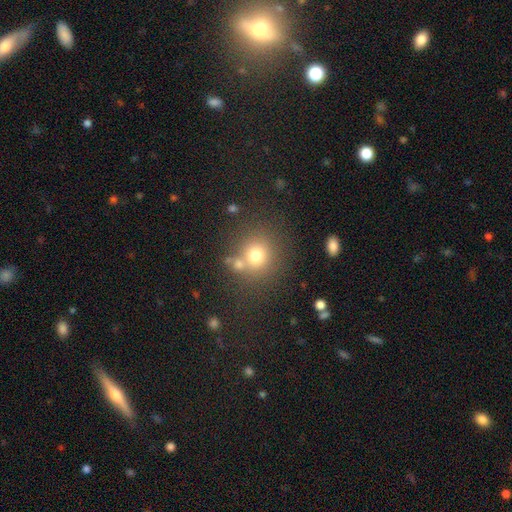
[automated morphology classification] Q: Smooth or featured?
A: smooth (73%); runner-up: star or artifact (15%)
Q: How rounded?
A: round (87%); runner-up: in between (12%)
Q: Merging?
A: none (68%); runner-up: merger (16%)